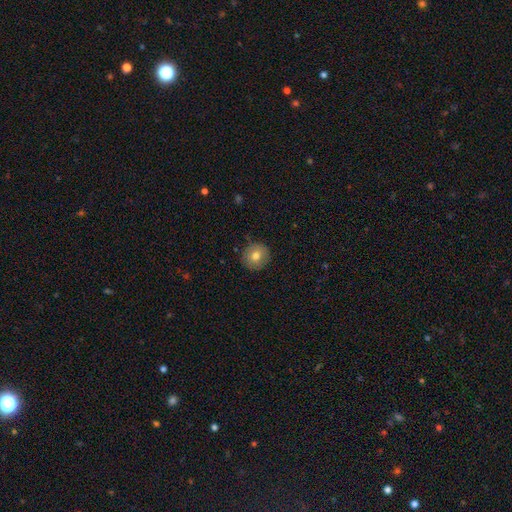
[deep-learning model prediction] Smooth or featured? Predicted: smooth (p=0.75). How rounded? Predicted: round (p=0.91). Merging? Predicted: none (p=0.87).